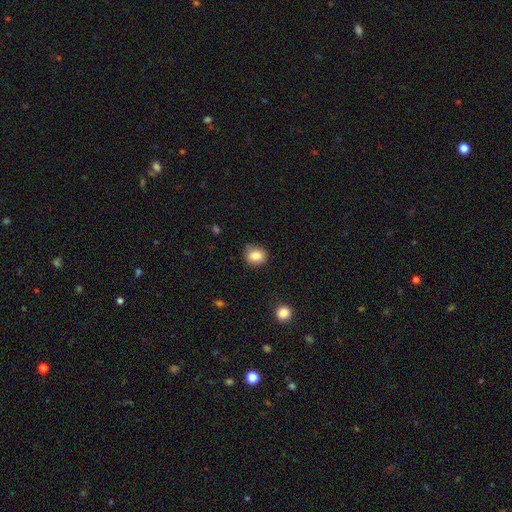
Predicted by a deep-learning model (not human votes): Smooth or featured? Predicted: smooth (p=0.83). How rounded? Predicted: round (p=0.70). Merging? Predicted: none (p=0.80).